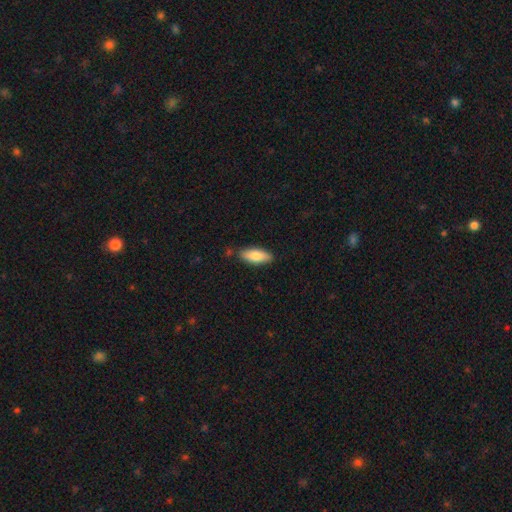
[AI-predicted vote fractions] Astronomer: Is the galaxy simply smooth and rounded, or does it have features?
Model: smooth — 81%.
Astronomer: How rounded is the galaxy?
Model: in between — 75%.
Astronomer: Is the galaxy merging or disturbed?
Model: none — 84%.